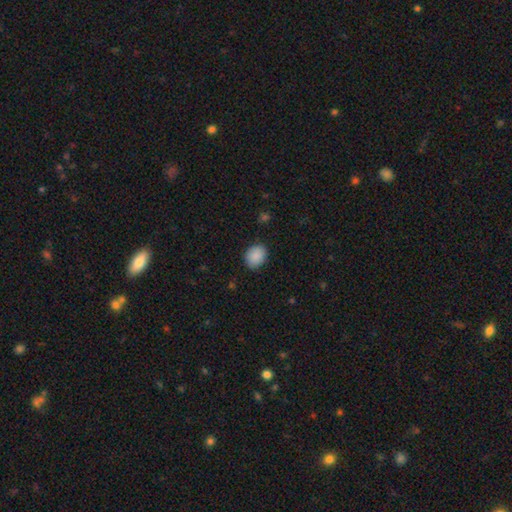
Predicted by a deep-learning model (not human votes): Morphology: type=smooth (89%); roundness=round (50%); merging=none (85%).